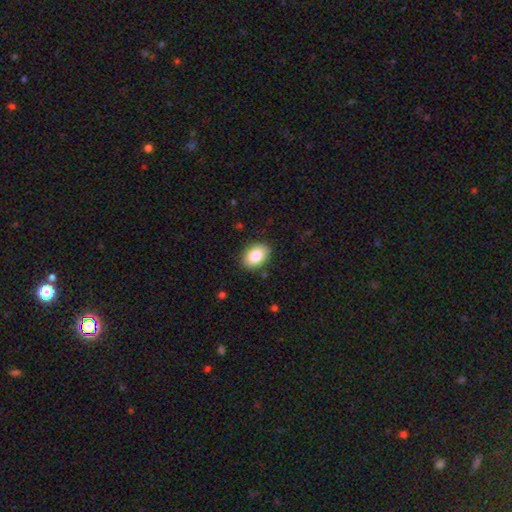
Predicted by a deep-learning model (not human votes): This is clearly a smooth galaxy (86%). How rounded: clearly in between (82%). Merging: clearly none (88%).